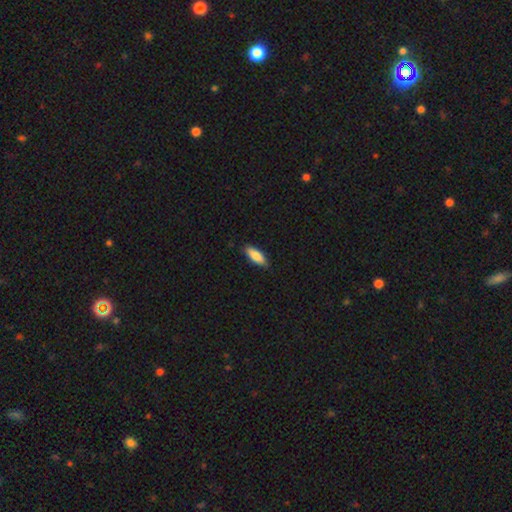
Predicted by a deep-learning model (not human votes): A smooth galaxy with no disk features (83%) that is in between round and cigar-shaped (67%). Merging: none (86%).